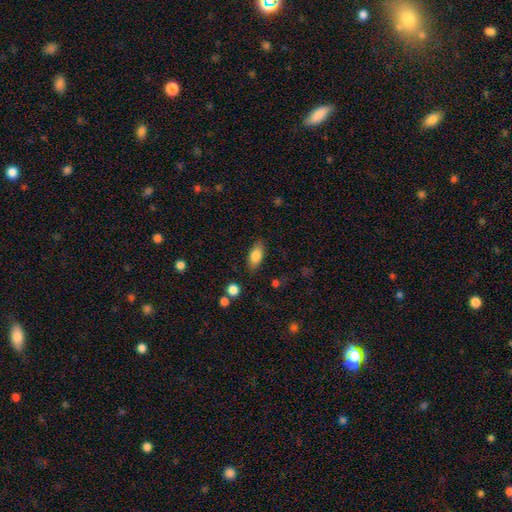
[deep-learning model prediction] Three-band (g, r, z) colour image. It shows a smooth galaxy with no disk features (83%) that is in between round and cigar-shaped (88%). Merging: none (83%).